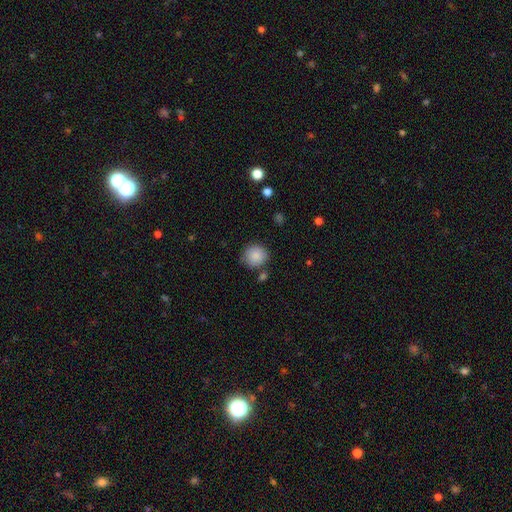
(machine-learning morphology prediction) A smooth galaxy with no disk features (86%) that is round (88%). Merging: none (78%).